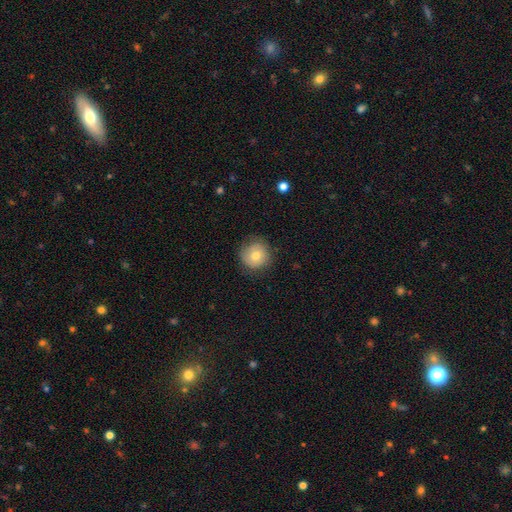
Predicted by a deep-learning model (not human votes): Overall: smooth (71%). How rounded: round (92%). Merging: none (79%).